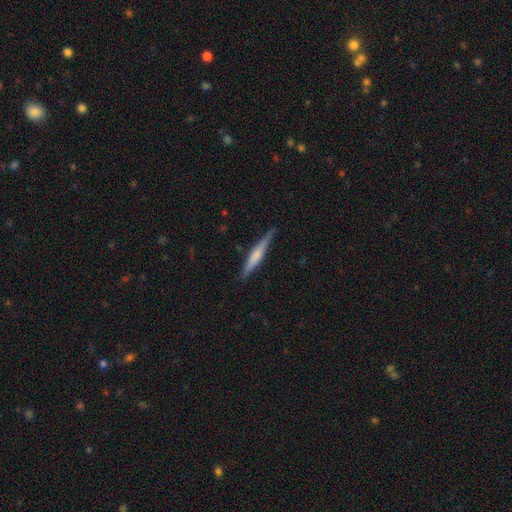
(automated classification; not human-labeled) Smooth or featured: featured or disk — 54% (smooth — 40%)
Edge-on disk: yes — 97% (no — 3%)
Edge-on bulge: rounded — 44% (boxy — 30%)
Merging: none — 87% (minor disturbance — 10%)